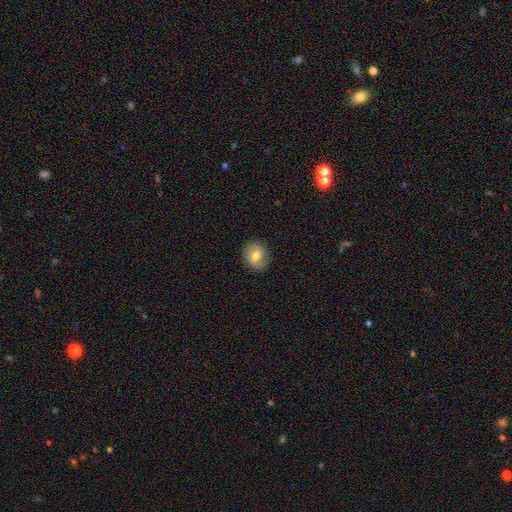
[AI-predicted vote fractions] Overall: smooth (68%). How rounded: round (74%). Merging: none (78%).